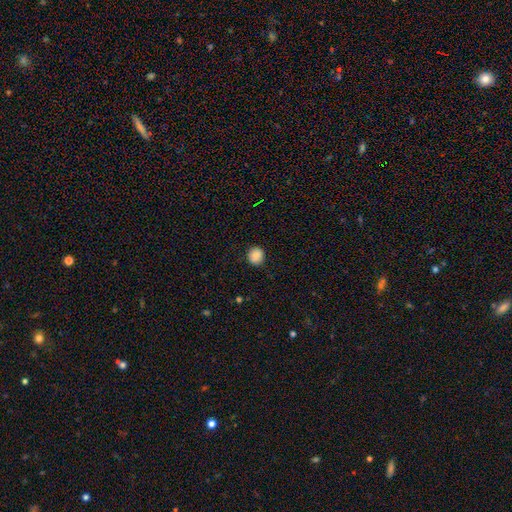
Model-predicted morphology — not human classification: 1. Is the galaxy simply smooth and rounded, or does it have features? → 86% smooth, 9% star or artifact, 4% featured or disk.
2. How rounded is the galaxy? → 87% round, 12% in between, 1% cigar-shaped.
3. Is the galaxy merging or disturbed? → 88% none, 8% minor disturbance, 2% major disturbance, 1% merger.